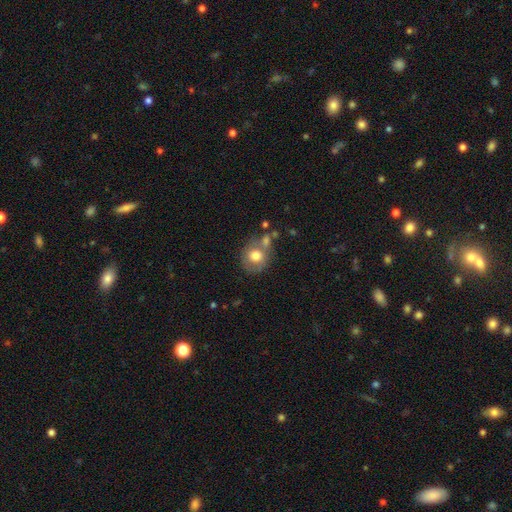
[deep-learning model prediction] Overall: smooth (71%). How rounded: round (81%). Merging: none (50%; merger 23%).